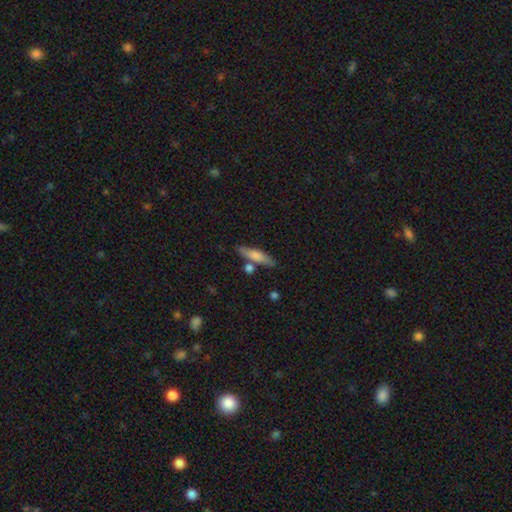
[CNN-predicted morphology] A smooth galaxy with no disk features (72%) that is cigar-shaped (74%).

Vote fractions:
- Smooth or featured? smooth: 72% / featured or disk: 22% / star or artifact: 6%
- How rounded? cigar-shaped: 74% / in between: 23% / round: 2%
- Merging? none: 74% / minor disturbance: 13% / merger: 10% / major disturbance: 3%